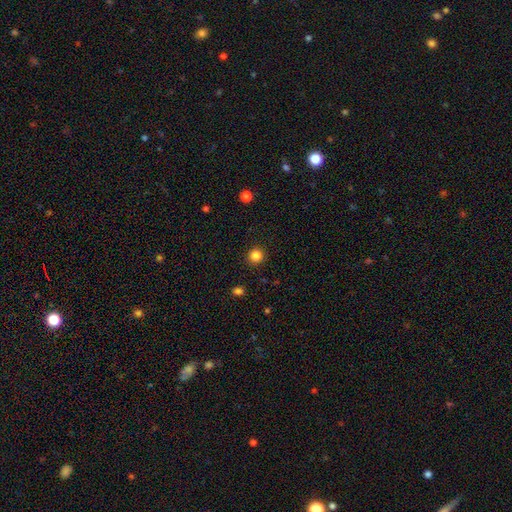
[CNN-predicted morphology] Smooth or featured? smooth (84%)
How rounded? round (95%)
Merging? none (93%)